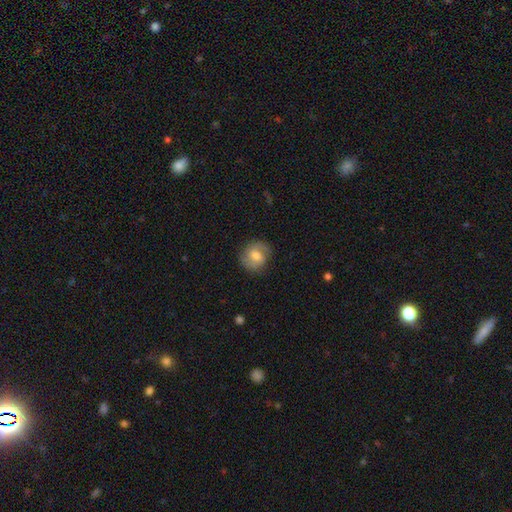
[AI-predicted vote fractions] Smooth or featured?
  - smooth: 53% *
  - featured or disk: 40%
  - star or artifact: 8%
How rounded?
  - round: 77% *
  - in between: 22%
  - cigar-shaped: 1%
Merging?
  - none: 78% *
  - minor disturbance: 16%
  - major disturbance: 6%
  - merger: 1%